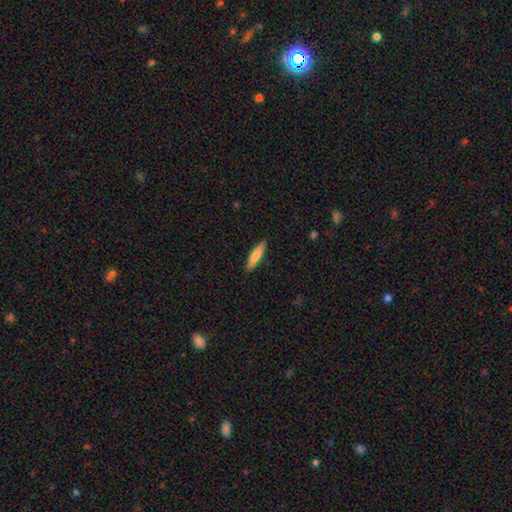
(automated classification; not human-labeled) A smooth galaxy with no disk features (79%) that is cigar-shaped (79%).

Vote fractions:
- Smooth or featured? smooth: 79% / featured or disk: 16% / star or artifact: 5%
- How rounded? cigar-shaped: 79% / in between: 19% / round: 1%
- Merging? none: 90% / minor disturbance: 7% / major disturbance: 2% / merger: 1%